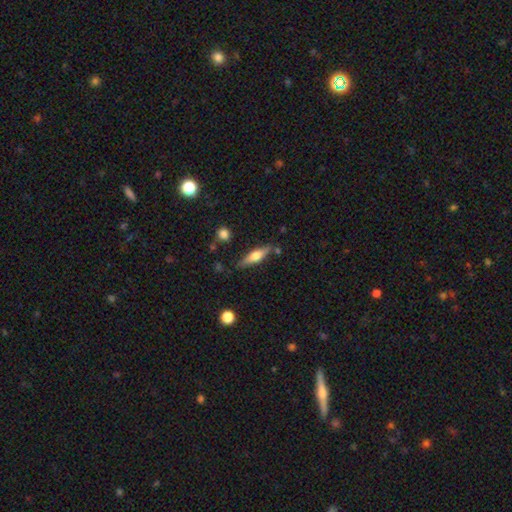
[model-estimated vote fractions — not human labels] This appears to be a featured or disk galaxy (56%) viewed edge-on (95%) with a rounded central bulge (91%). Merging: none (81%).